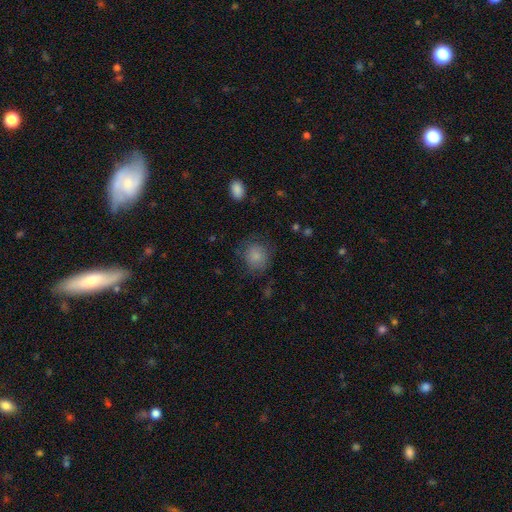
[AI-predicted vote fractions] smooth_or_featured: smooth (p=0.83) [alt: star or artifact p=0.09]
how_rounded: round (p=0.78) [alt: in between p=0.21]
merging: none (p=0.71) [alt: minor disturbance p=0.19]